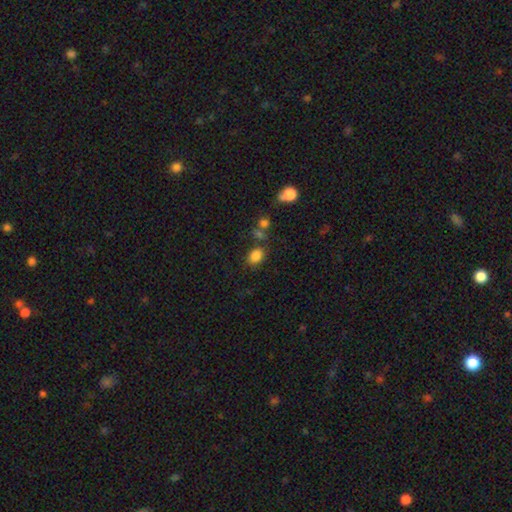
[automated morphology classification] Smooth or featured? smooth (83%)
How rounded? in between (65%)
Merging? none (71%)